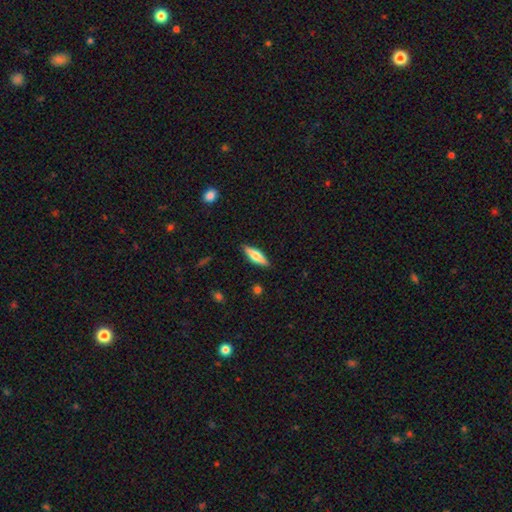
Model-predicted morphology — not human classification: Smooth or featured? smooth (56%)
How rounded? cigar-shaped (57%)
Merging? none (87%)